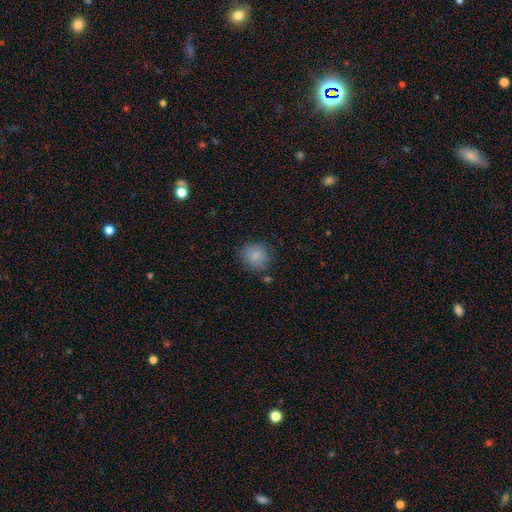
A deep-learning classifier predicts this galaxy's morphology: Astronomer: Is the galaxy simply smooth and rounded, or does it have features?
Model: smooth — 84%.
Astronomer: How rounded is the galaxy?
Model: round — 82%.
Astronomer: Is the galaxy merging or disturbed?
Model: none — 79%.